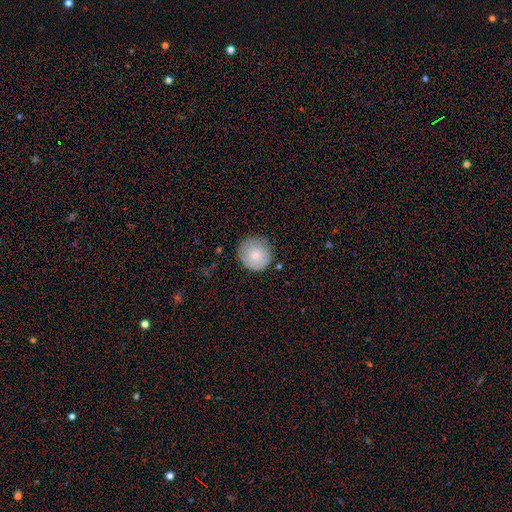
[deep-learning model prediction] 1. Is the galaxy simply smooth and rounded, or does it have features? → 78% smooth, 15% featured or disk, 7% star or artifact.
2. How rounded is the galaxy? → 94% round, 5% in between, 1% cigar-shaped.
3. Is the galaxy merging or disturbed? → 82% none, 14% minor disturbance, 3% major disturbance, 1% merger.